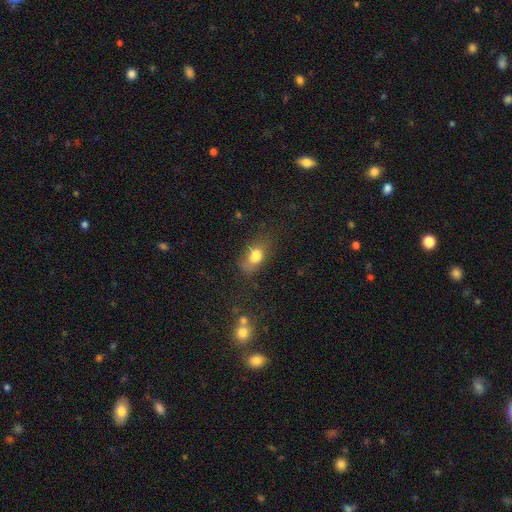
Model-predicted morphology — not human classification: A smooth galaxy with no disk features (73%) that is in between round and cigar-shaped (82%). Merging: none (44%).